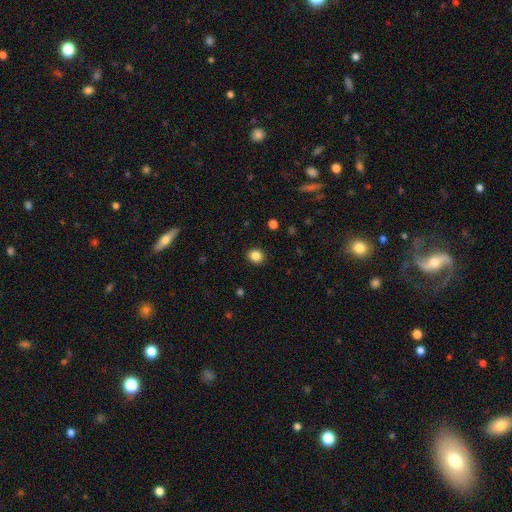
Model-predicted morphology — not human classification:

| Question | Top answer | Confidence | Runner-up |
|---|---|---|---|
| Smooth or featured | smooth | 86% | star or artifact (11%) |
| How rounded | round | 82% | in between (17%) |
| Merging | none | 91% | minor disturbance (6%) |